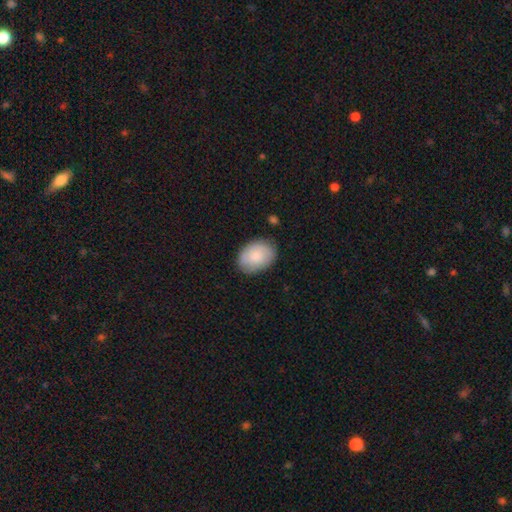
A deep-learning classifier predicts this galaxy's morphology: smooth 79%, featured or disk 15%, star or artifact 6%. Down the decision tree: how rounded — in between (77%); merging — none (81%).